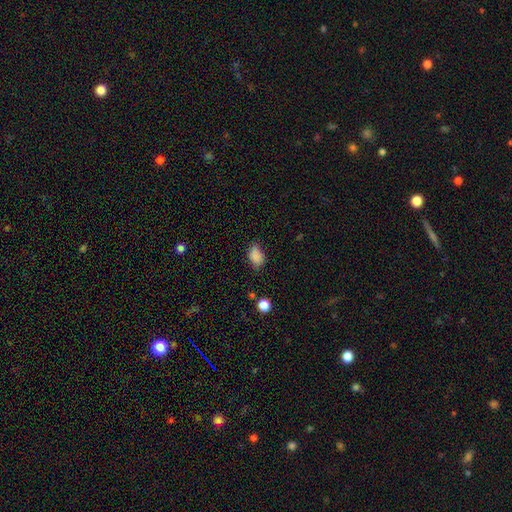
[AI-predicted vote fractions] Smooth or featured? smooth (85%)
How rounded? in between (84%)
Merging? none (67%)